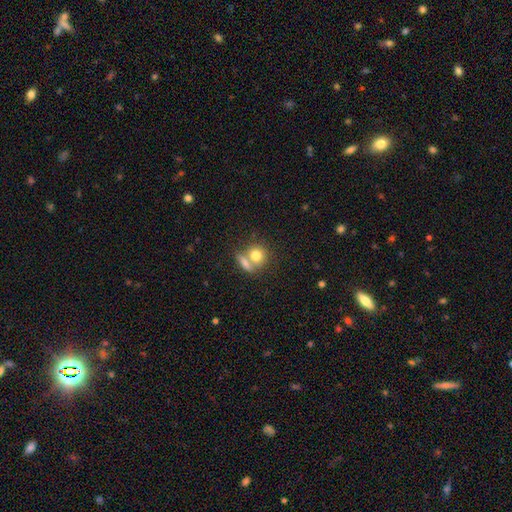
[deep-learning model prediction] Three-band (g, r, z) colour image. It shows a smooth galaxy with no disk features (77%) that is round (76%). Merging: merger (44%).